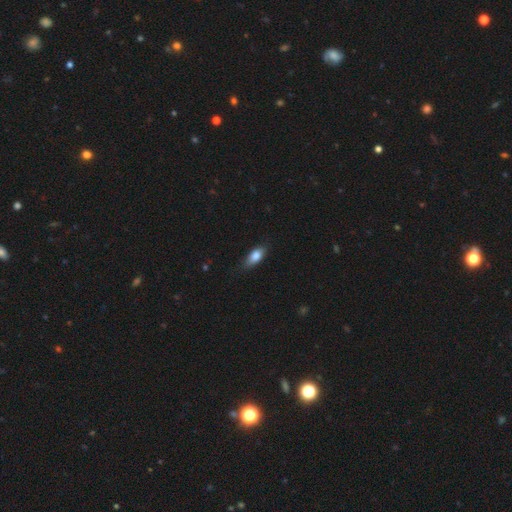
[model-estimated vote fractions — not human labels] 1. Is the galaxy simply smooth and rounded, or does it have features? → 82% smooth, 11% featured or disk, 7% star or artifact.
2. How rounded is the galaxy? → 84% in between, 12% cigar-shaped, 4% round.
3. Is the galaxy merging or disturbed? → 76% none, 19% minor disturbance, 3% major disturbance, 1% merger.